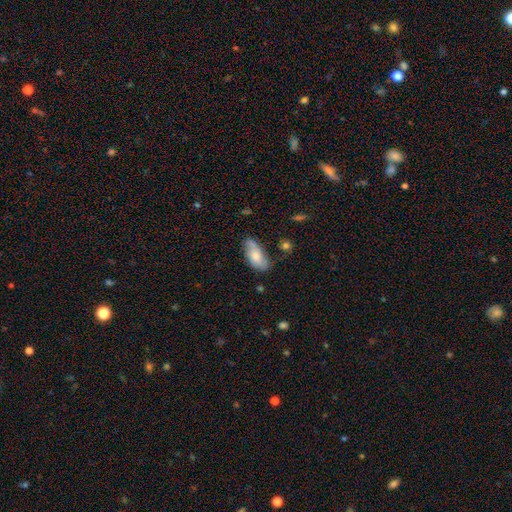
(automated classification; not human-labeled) This is likely a smooth galaxy (63%). How rounded: clearly in between (90%). Merging: likely none (60%).